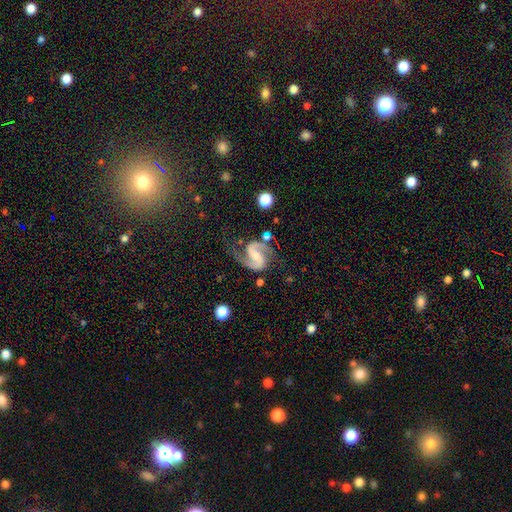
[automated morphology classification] The model was most divided on "bar": weak: 43%, strong: 32%, no: 25%. Remaining: spiral arms — yes (98%); edge-on disk — no (98%); spiral arm count — 2 (94%); smooth or featured — featured or disk (92%); merging — none (69%); spiral winding — medium (60%); bulge size — small (47%).